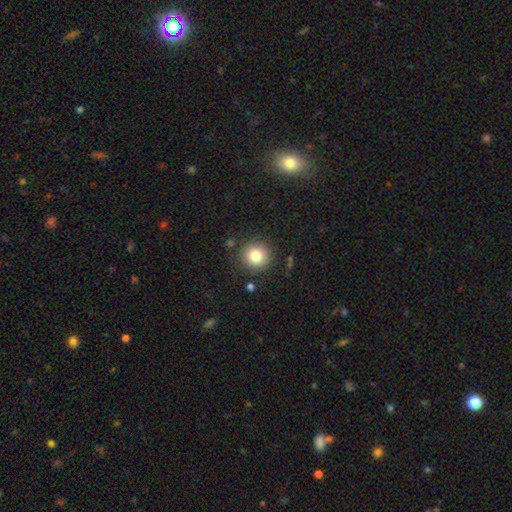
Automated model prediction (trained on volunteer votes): The model was most divided on "smooth or featured": smooth: 82%, star or artifact: 11%, featured or disk: 7%. More confident: how rounded — round (93%); merging — none (88%).